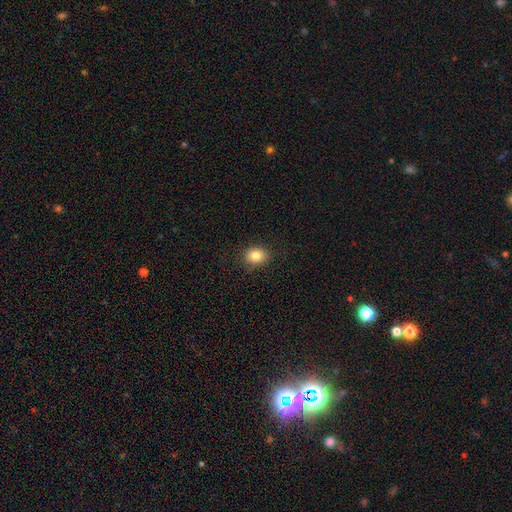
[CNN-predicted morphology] Smooth or featured? Predicted: smooth (p=0.83). How rounded? Predicted: round (p=0.60). Merging? Predicted: none (p=0.85).